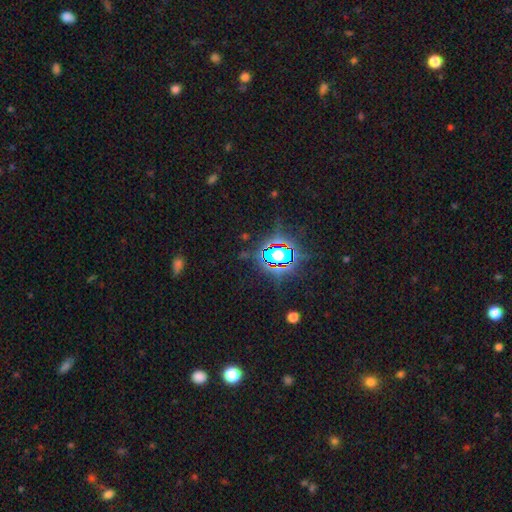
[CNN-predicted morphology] The model was most divided on "smooth or featured": star or artifact: 80%, smooth: 13%, featured or disk: 7%.